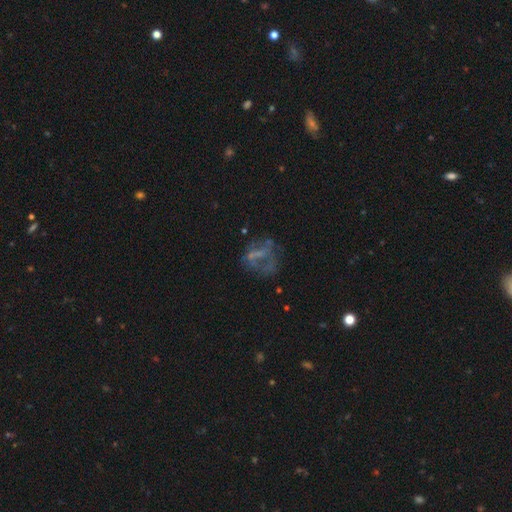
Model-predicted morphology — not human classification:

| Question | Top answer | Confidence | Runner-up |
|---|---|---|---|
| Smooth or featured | featured or disk | 51% | smooth (26%) |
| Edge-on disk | no | 96% | yes (4%) |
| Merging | none | 48% | major disturbance (30%) |